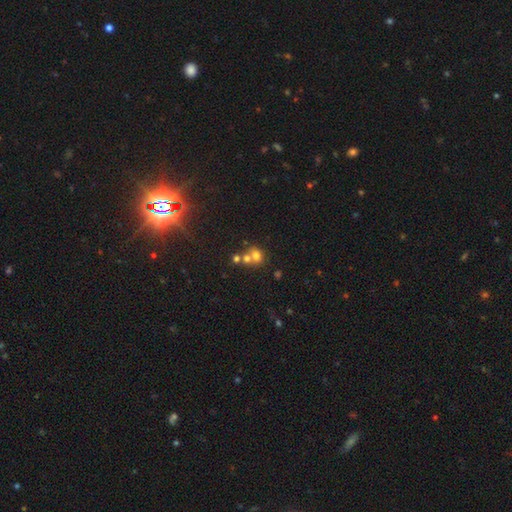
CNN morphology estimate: Smooth or featured?
  - smooth: 66% *
  - featured or disk: 18%
  - star or artifact: 17%
How rounded?
  - round: 67% *
  - in between: 32%
  - cigar-shaped: 1%
Merging?
  - merger: 49% *
  - none: 38%
  - minor disturbance: 8%
  - major disturbance: 4%